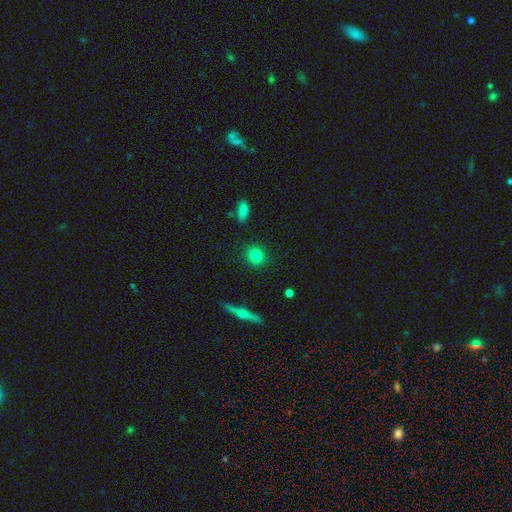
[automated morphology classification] smooth_or_featured: smooth (p=0.82) [alt: star or artifact p=0.10]
how_rounded: round (p=0.89) [alt: in between p=0.09]
merging: none (p=0.90) [alt: minor disturbance p=0.06]